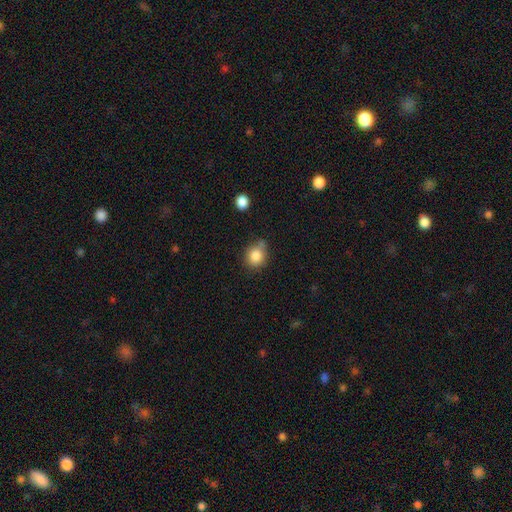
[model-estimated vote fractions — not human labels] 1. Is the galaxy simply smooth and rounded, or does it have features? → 84% smooth, 10% star or artifact, 6% featured or disk.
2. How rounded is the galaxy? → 80% round, 19% in between, 1% cigar-shaped.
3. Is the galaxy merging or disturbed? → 63% none, 23% minor disturbance, 9% merger, 5% major disturbance.